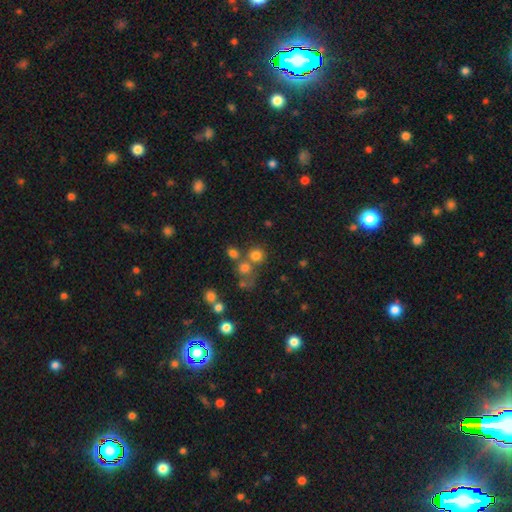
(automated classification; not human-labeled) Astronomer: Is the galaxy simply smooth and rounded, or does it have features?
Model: smooth — 72%.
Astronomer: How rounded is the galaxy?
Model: round — 87%.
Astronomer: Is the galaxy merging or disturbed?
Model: none — 58%.